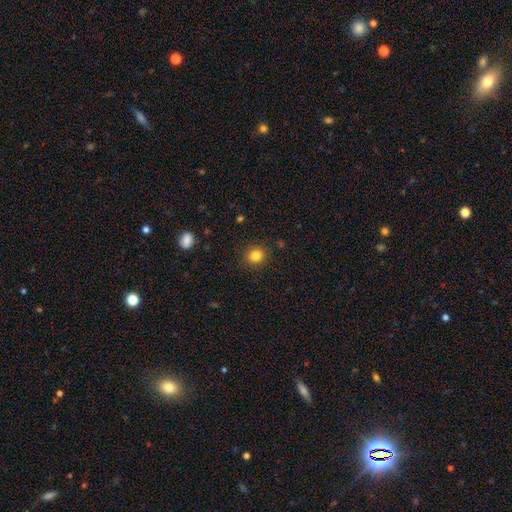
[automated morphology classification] smooth 83%, star or artifact 12%, featured or disk 5%. Down the decision tree: how rounded — round (83%); merging — none (88%).